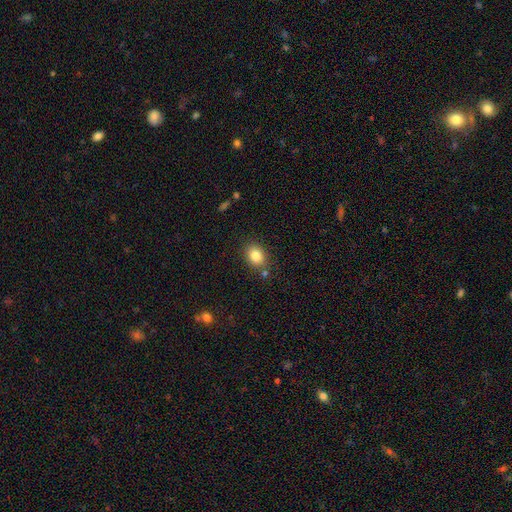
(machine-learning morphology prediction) Smooth or featured? Predicted: smooth (p=0.84). How rounded? Predicted: in between (p=0.52). Merging? Predicted: none (p=0.80).